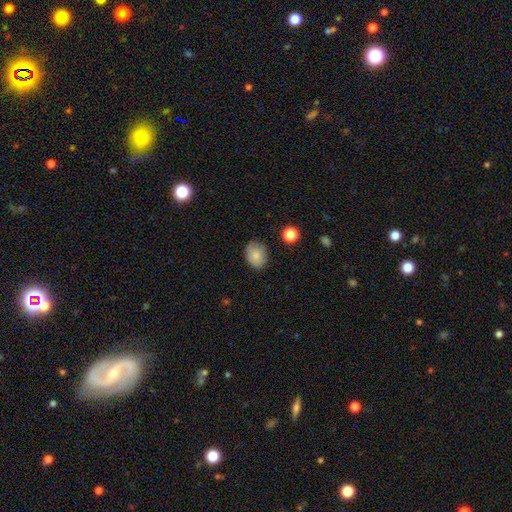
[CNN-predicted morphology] Q: Smooth or featured?
A: smooth (84%); runner-up: star or artifact (8%)
Q: How rounded?
A: in between (62%); runner-up: round (37%)
Q: Merging?
A: none (78%); runner-up: minor disturbance (17%)